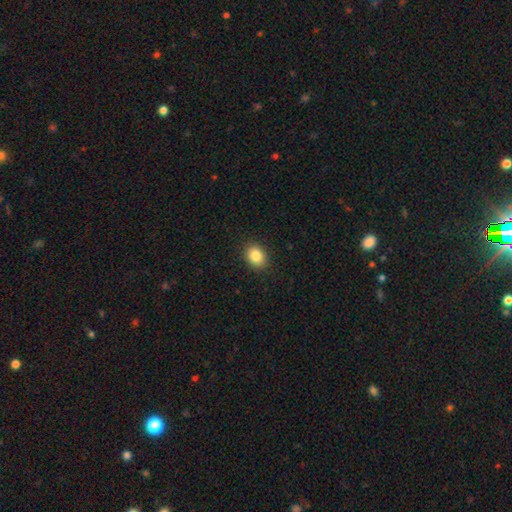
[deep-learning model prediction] Smooth or featured? smooth (85%)
How rounded? in between (64%)
Merging? none (90%)